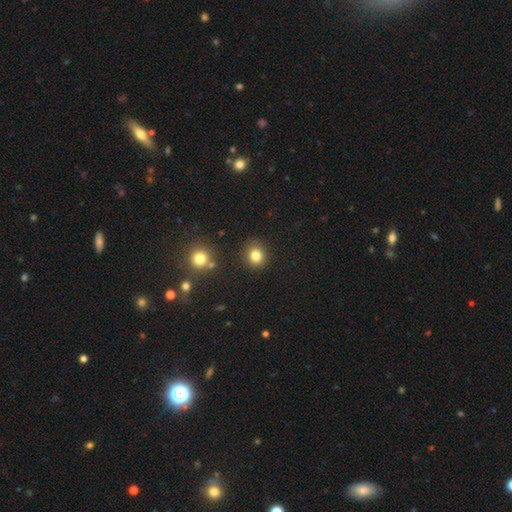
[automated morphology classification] The model was most divided on "how rounded": round: 75%, in between: 24%, cigar-shaped: 1%. More confident: merging — none (86%); smooth or featured — smooth (81%).